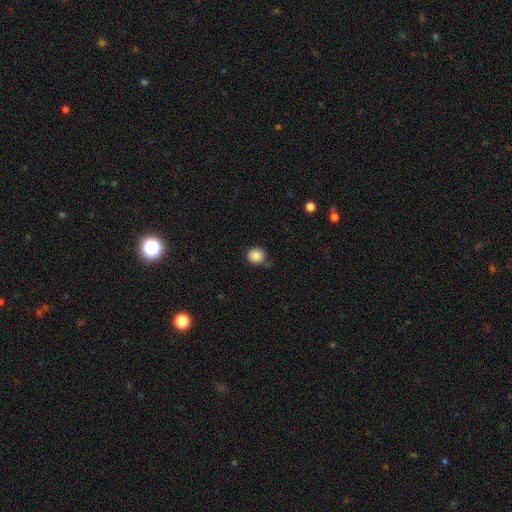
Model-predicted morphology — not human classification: A smooth galaxy with no disk features (86%) that is round (85%). Merging: none (68%).